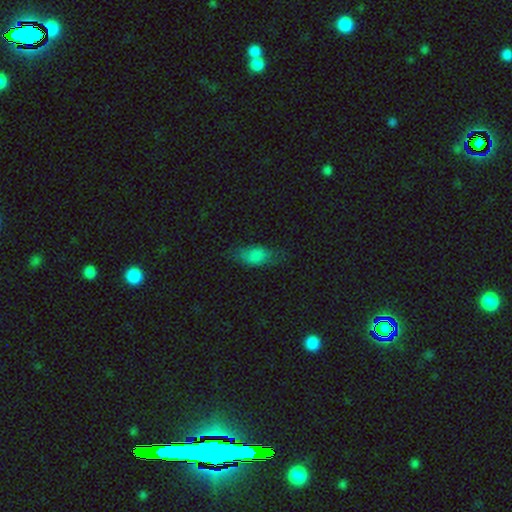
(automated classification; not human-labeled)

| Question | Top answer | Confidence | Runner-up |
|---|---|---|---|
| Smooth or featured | smooth | 79% | featured or disk (11%) |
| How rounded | in between | 89% | cigar-shaped (6%) |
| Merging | none | 62% | minor disturbance (27%) |